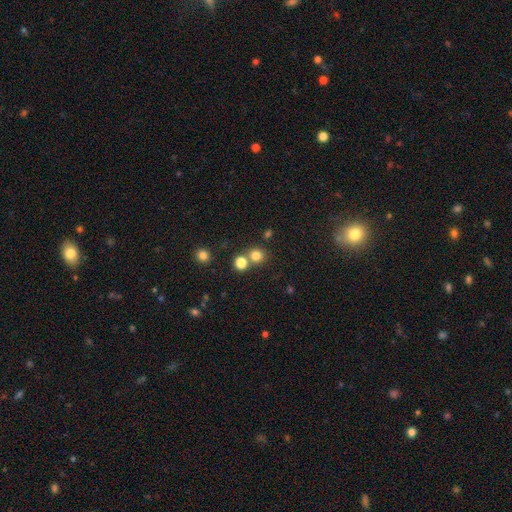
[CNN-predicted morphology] smooth-or-featured: smooth: 78% | star or artifact: 16% | featured or disk: 6%
  how-rounded: round: 89% | in between: 10% | cigar-shaped: 1%
  merging: none: 65% | merger: 26% | minor disturbance: 7% | major disturbance: 3%